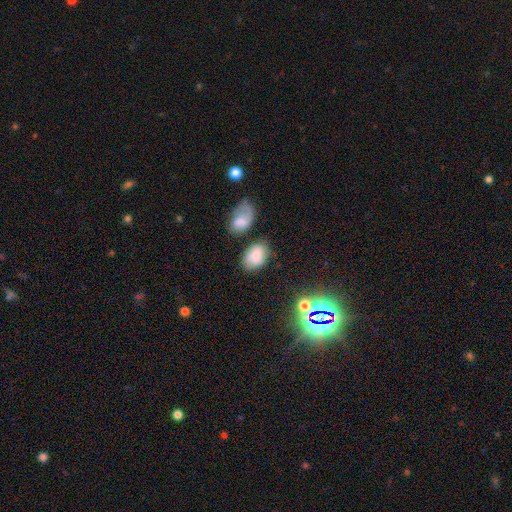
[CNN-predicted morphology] Smooth or featured: smooth — 73% (featured or disk — 16%)
How rounded: in between — 84% (round — 15%)
Merging: none — 64% (minor disturbance — 19%)